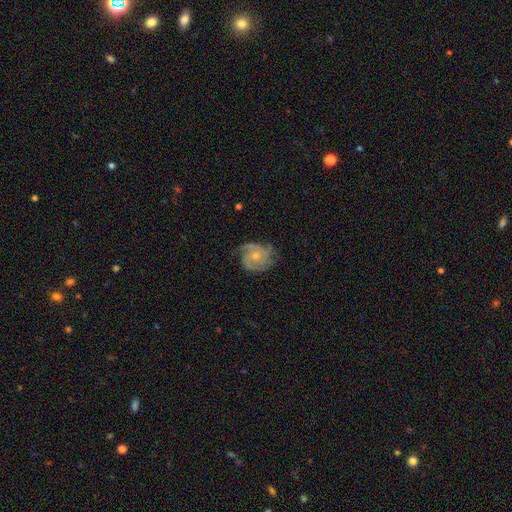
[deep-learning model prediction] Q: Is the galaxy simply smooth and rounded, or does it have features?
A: featured or disk — 82%.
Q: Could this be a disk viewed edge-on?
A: no — 98%.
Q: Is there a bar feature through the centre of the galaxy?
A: no — 78%.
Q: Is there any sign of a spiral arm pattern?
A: yes — 95%.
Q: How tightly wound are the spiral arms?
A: tight — 52%.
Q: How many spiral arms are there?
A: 3 — 35%.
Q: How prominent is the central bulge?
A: small — 54%.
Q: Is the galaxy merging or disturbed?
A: none — 67%.